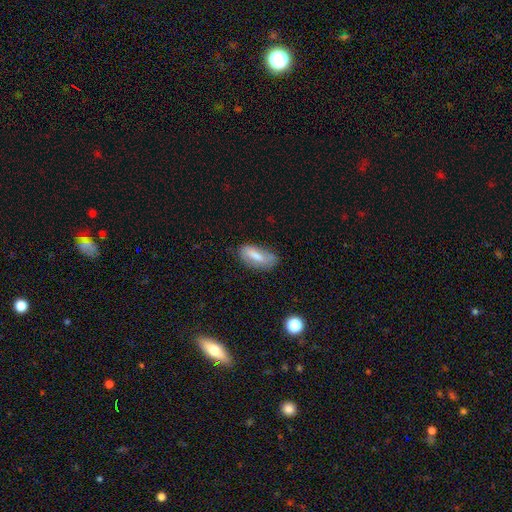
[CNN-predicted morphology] The model was most divided on "merging": none: 61%, minor disturbance: 28%, major disturbance: 9%, merger: 2%. More confident: how rounded — in between (83%); smooth or featured — smooth (72%).